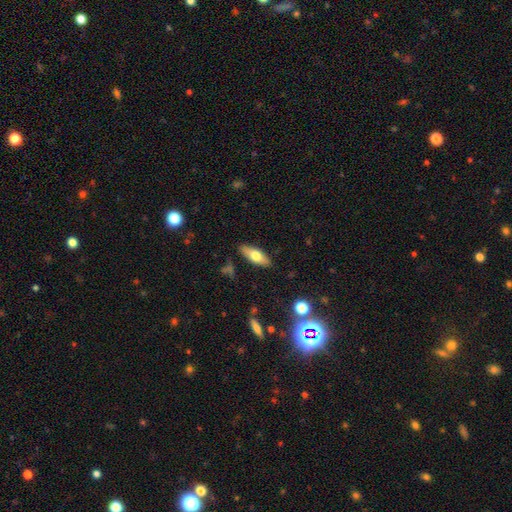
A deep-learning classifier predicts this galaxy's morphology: Smooth or featured?
  - smooth: 66% *
  - featured or disk: 27%
  - star or artifact: 7%
How rounded?
  - in between: 69% *
  - cigar-shaped: 28%
  - round: 3%
Merging?
  - none: 86% *
  - minor disturbance: 10%
  - major disturbance: 2%
  - merger: 2%